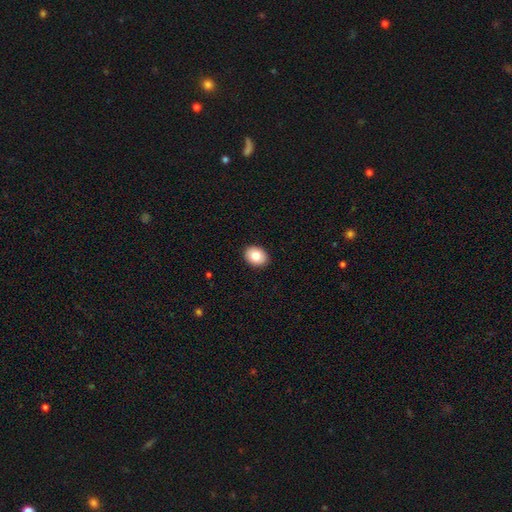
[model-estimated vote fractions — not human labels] smooth-or-featured: smooth: 82% | featured or disk: 10% | star or artifact: 8%
  how-rounded: in between: 61% | round: 38% | cigar-shaped: 1%
  merging: none: 91% | minor disturbance: 6% | major disturbance: 2% | merger: 1%